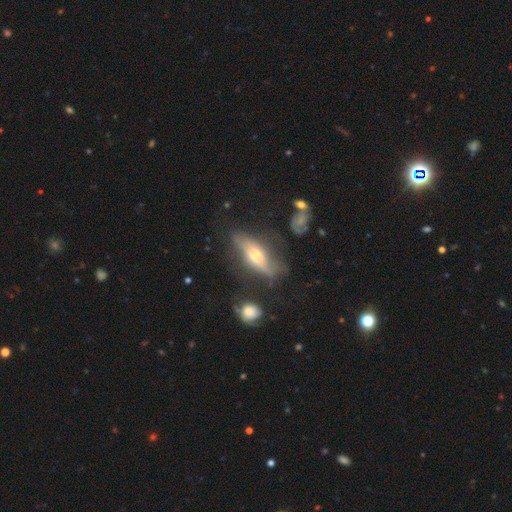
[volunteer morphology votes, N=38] Smooth or featured: featured or disk — 55% (smooth — 45%)
Edge-on disk: yes — 76% (no — 24%)
Edge-on bulge: rounded — 94% (boxy — 6%)
Merging: none — 37% (major disturbance — 32%)